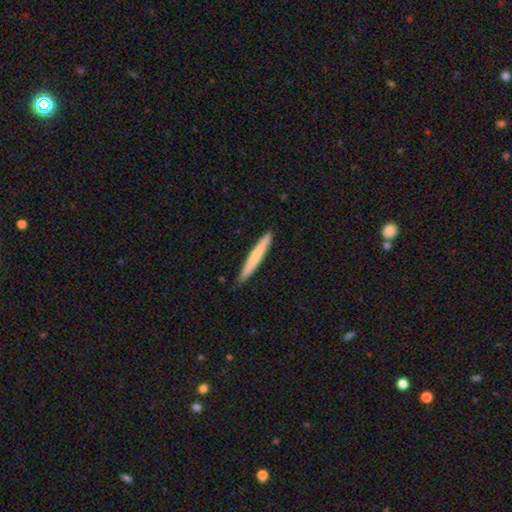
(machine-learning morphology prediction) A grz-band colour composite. It shows a smooth galaxy with no disk features (68%) that is cigar-shaped (97%). Merging: none (90%).